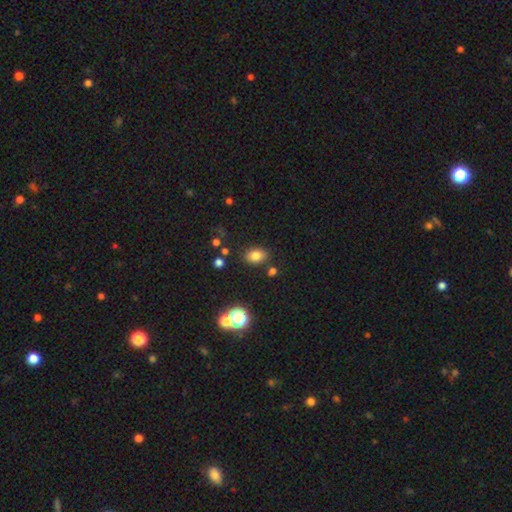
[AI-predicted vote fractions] A smooth galaxy with no disk features (79%) that is in between round and cigar-shaped (77%).

Vote fractions:
- Smooth or featured? smooth: 79% / star or artifact: 13% / featured or disk: 8%
- How rounded? in between: 77% / round: 22% / cigar-shaped: 1%
- Merging? none: 82% / minor disturbance: 10% / merger: 5% / major disturbance: 3%